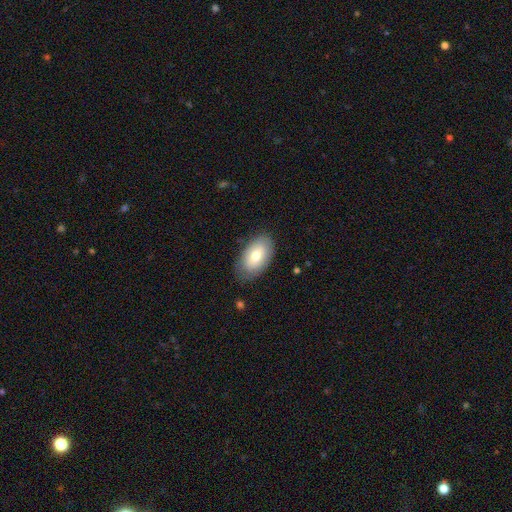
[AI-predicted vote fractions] This appears to be a smooth galaxy with no disk features (70%) that is in between round and cigar-shaped (94%). Merging: none (80%).